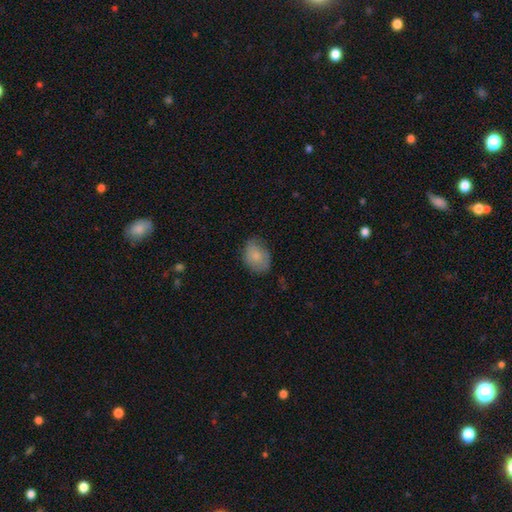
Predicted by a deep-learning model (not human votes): Overall: smooth (76%). How rounded: in between (71%). Merging: none (70%).